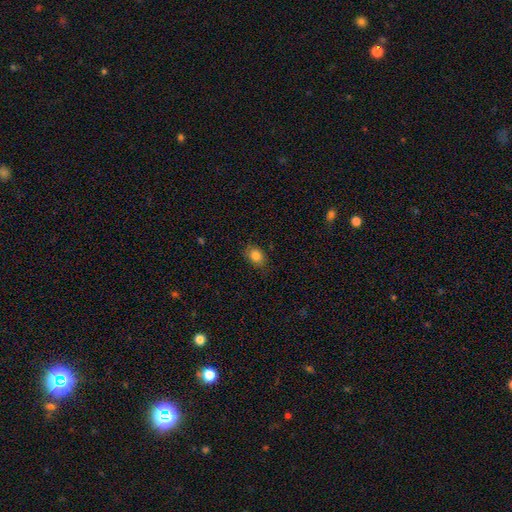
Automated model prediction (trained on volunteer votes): Q: Smooth or featured?
A: smooth (83%); runner-up: star or artifact (10%)
Q: How rounded?
A: in between (70%); runner-up: round (29%)
Q: Merging?
A: none (81%); runner-up: minor disturbance (15%)